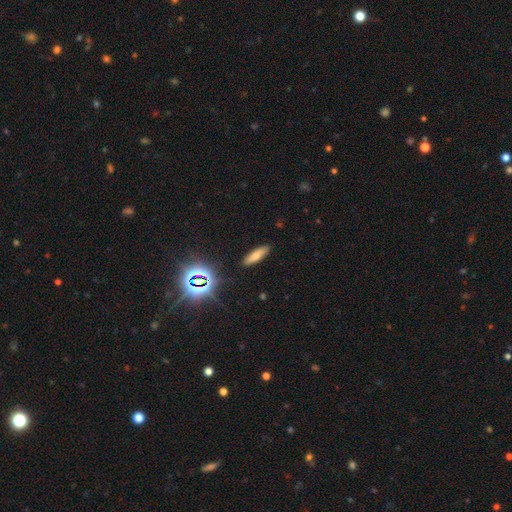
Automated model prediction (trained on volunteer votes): A smooth galaxy with no disk features (67%) that is cigar-shaped (60%). Merging: none (87%).